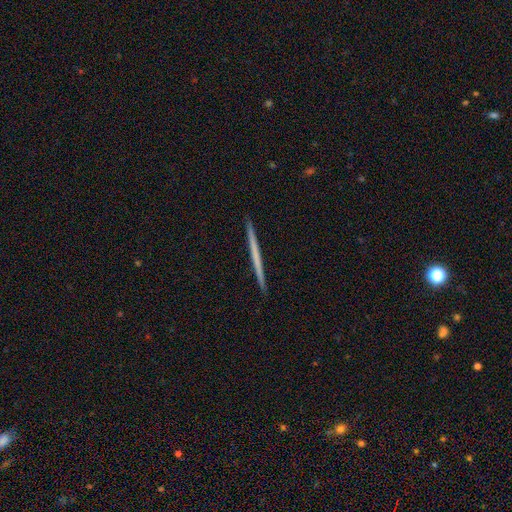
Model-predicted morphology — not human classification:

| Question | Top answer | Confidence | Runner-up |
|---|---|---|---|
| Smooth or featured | featured or disk | 51% | smooth (44%) |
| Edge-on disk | yes | 98% | no (2%) |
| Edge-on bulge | none | 93% | rounded (5%) |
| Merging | none | 93% | minor disturbance (5%) |